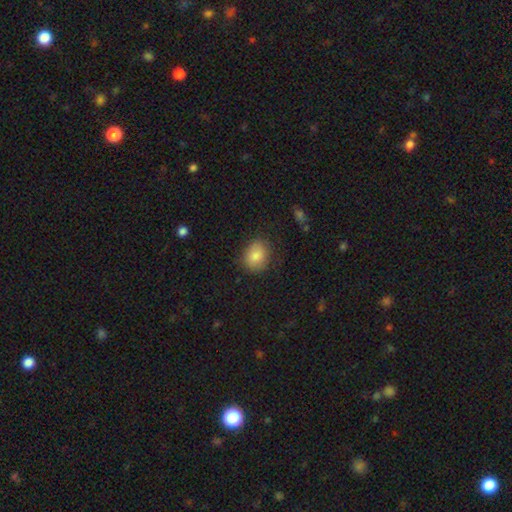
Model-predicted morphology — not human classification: Smooth or featured: smooth — 85% (star or artifact — 8%)
How rounded: round — 54% (in between — 45%)
Merging: none — 81% (minor disturbance — 15%)